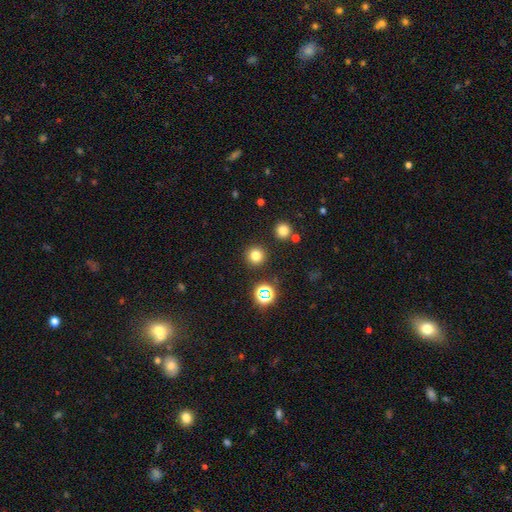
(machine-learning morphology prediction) A smooth galaxy with no disk features (76%) that is round (95%). Merging: none (90%).